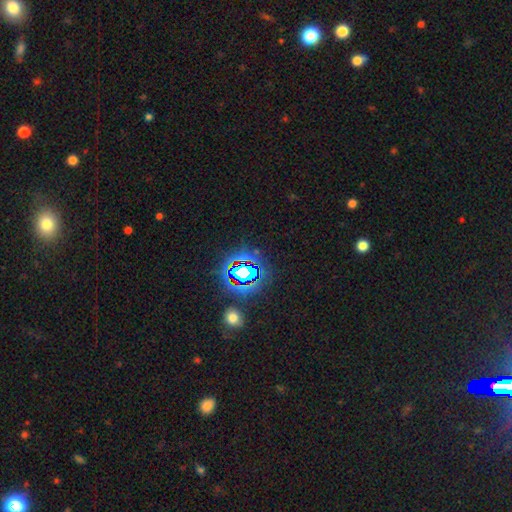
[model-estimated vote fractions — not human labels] star or artifact 79%, smooth 13%, featured or disk 8%.